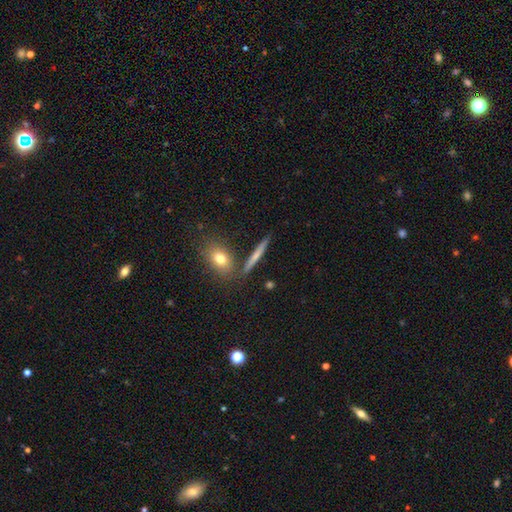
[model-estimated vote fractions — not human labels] Smooth or featured? smooth (58%)
How rounded? cigar-shaped (85%)
Merging? none (83%)